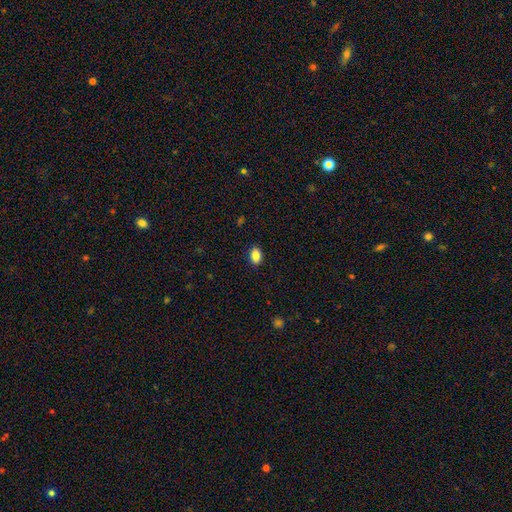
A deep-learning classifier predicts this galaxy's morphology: smooth 87%, star or artifact 8%, featured or disk 5%. Down the decision tree: how rounded — in between (86%); merging — none (88%).